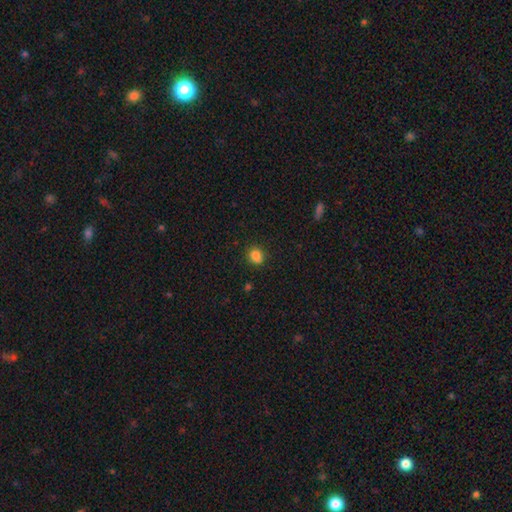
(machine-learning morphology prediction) smooth-or-featured: smooth: 84% | star or artifact: 12% | featured or disk: 4%
  how-rounded: round: 58% | in between: 40% | cigar-shaped: 1%
  merging: none: 81% | minor disturbance: 13% | major disturbance: 3% | merger: 2%